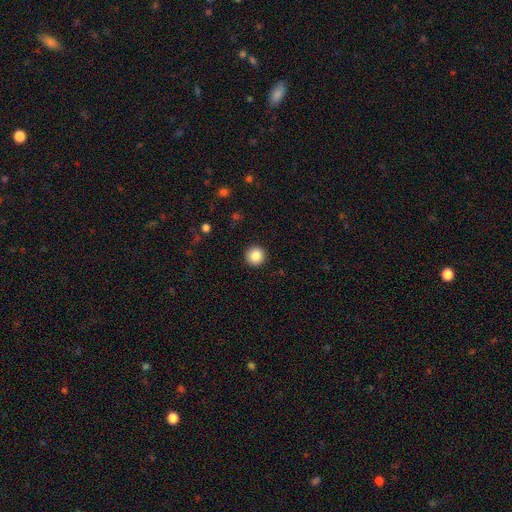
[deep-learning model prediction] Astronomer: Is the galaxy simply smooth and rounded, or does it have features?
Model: smooth — 86%.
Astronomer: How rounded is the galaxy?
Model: round — 96%.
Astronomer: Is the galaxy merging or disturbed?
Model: none — 93%.